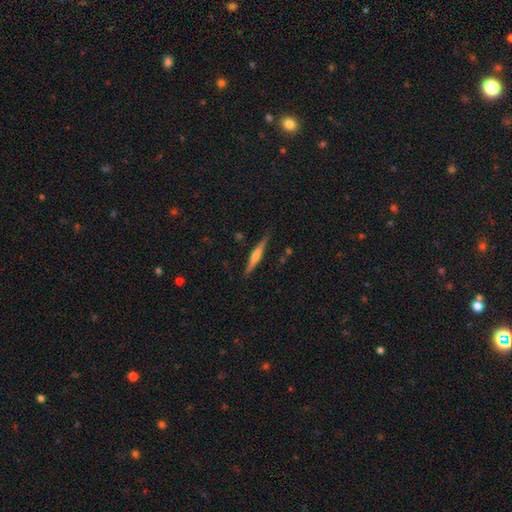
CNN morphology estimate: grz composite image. It shows a featured or disk galaxy (61%) viewed edge-on (97%) with a rounded central bulge (70%). Merging: none (87%).